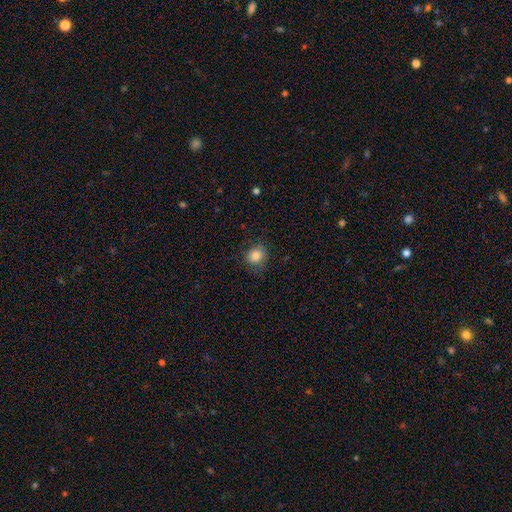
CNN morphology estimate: smooth 84%, star or artifact 10%, featured or disk 6%. Down the decision tree: how rounded — round (71%); merging — none (76%).